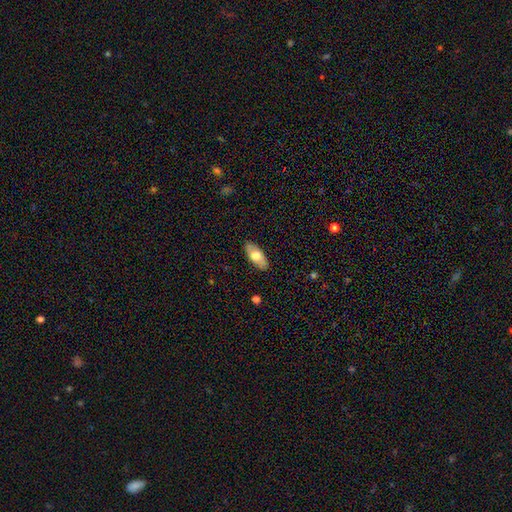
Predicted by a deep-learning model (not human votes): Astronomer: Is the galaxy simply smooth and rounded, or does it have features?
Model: smooth — 63%.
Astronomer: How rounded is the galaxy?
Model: in between — 87%.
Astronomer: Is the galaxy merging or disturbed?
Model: none — 87%.